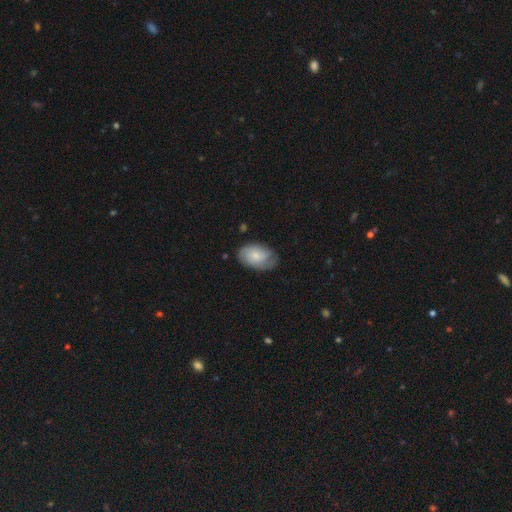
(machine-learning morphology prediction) Smooth or featured: smooth — 60% (featured or disk — 33%)
How rounded: in between — 90% (round — 9%)
Merging: none — 68% (minor disturbance — 24%)